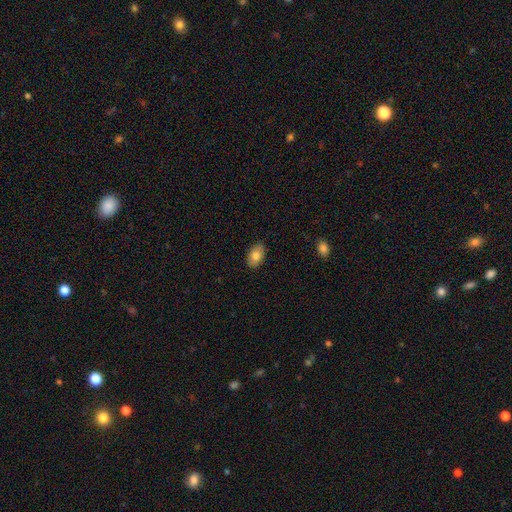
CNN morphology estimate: Smooth or featured? smooth (80%)
How rounded? in between (91%)
Merging? none (87%)